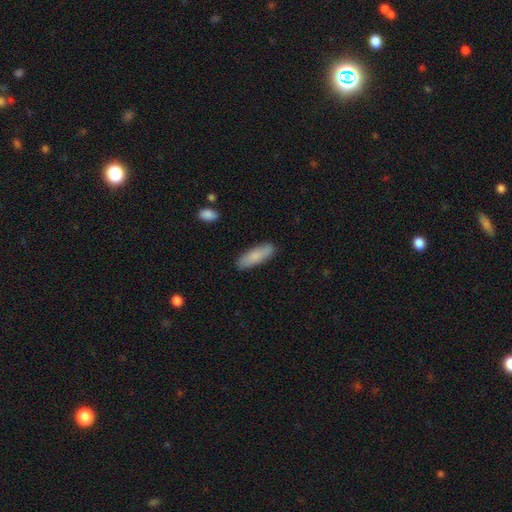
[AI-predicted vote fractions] A smooth galaxy with no disk features (83%) that is cigar-shaped (51%).

Vote fractions:
- Smooth or featured? smooth: 83% / featured or disk: 11% / star or artifact: 6%
- How rounded? cigar-shaped: 51% / in between: 48% / round: 2%
- Merging? none: 87% / minor disturbance: 9% / major disturbance: 2% / merger: 1%